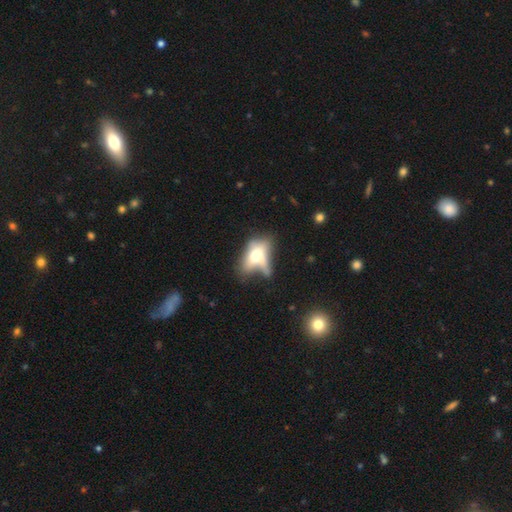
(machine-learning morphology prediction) Smooth or featured? Predicted: smooth (p=0.51). How rounded? Predicted: in between (p=0.78). Merging? Predicted: none (p=0.29, tied with major disturbance).